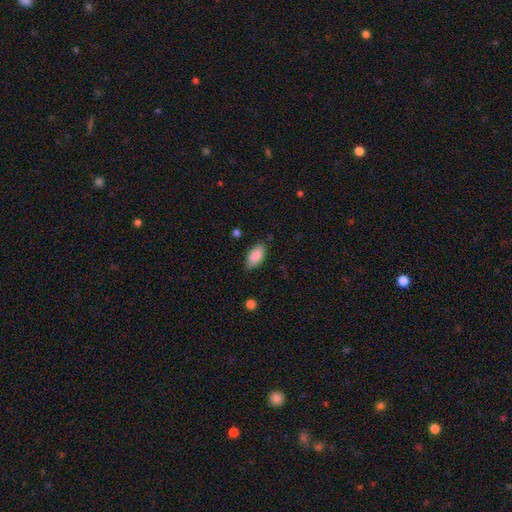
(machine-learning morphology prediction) smooth-or-featured: smooth: 87% | featured or disk: 7% | star or artifact: 7%
  how-rounded: in between: 92% | cigar-shaped: 5% | round: 3%
  merging: none: 79% | minor disturbance: 16% | major disturbance: 3% | merger: 1%